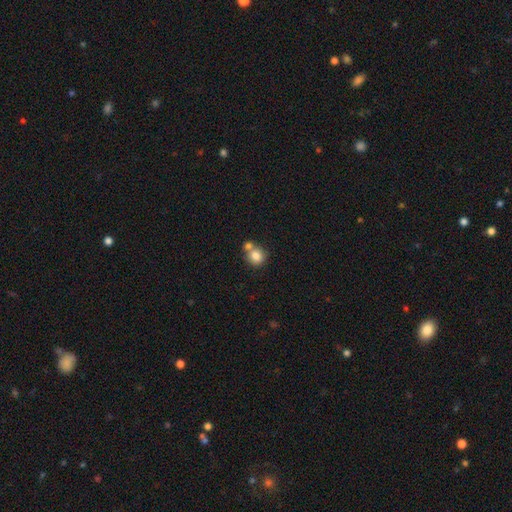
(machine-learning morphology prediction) Overall: smooth (82%). How rounded: round (85%). Merging: none (49%; merger 39%).